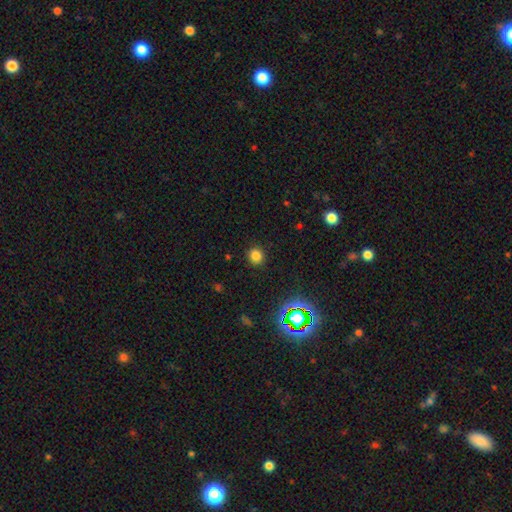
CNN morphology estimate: The model was most divided on "smooth or featured": smooth: 79%, star or artifact: 17%, featured or disk: 5%. More confident: merging — none (89%); how rounded — round (87%).